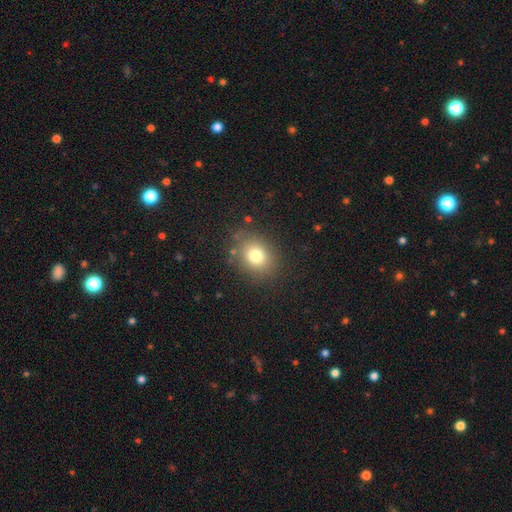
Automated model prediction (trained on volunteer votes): Smooth or featured? smooth (77%)
How rounded? round (58%)
Merging? none (82%)